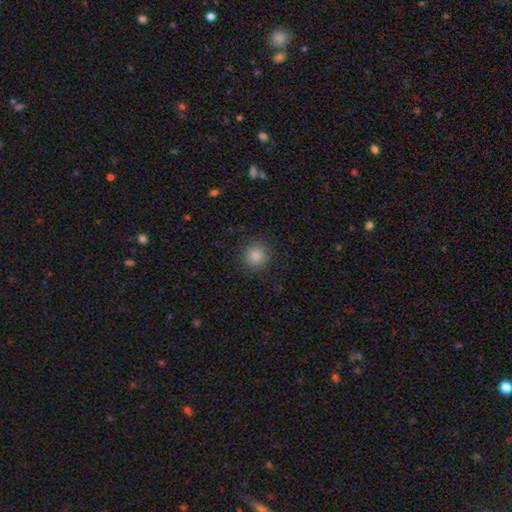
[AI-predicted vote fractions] This appears to be a smooth galaxy with no disk features (85%) that is round (93%). Merging: none (88%).